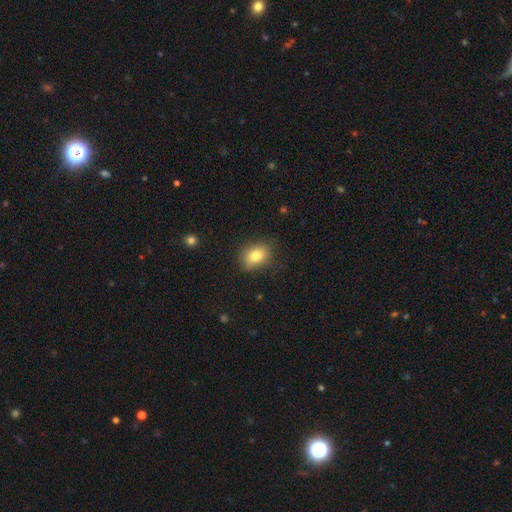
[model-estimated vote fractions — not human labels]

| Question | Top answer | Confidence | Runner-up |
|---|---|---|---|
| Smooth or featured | smooth | 80% | featured or disk (10%) |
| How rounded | in between | 68% | round (30%) |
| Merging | none | 80% | minor disturbance (15%) |